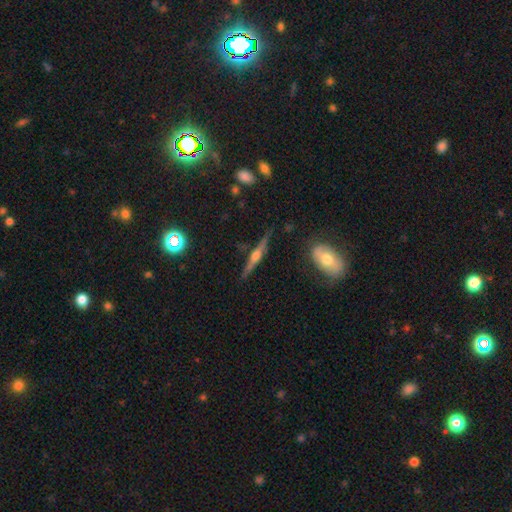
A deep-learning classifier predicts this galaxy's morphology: The model was most divided on "smooth or featured": featured or disk: 78%, smooth: 15%, star or artifact: 7%. More confident: edge-on disk — yes (97%); edge-on bulge — rounded (89%); merging — none (85%).